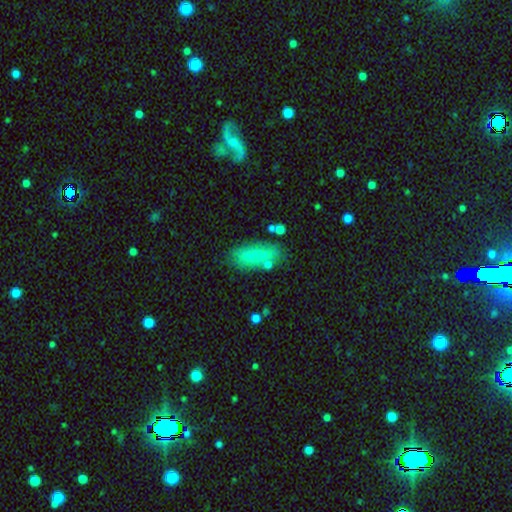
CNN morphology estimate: type=smooth (71%); roundness=in between (49%); merging=none (72%).